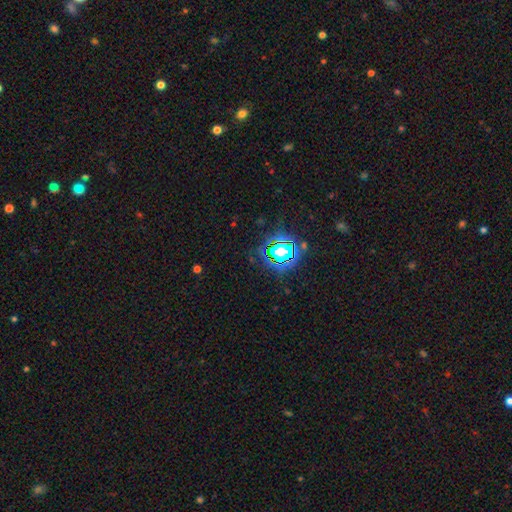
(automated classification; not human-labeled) The model was most divided on "smooth or featured": star or artifact: 78%, smooth: 14%, featured or disk: 8%.